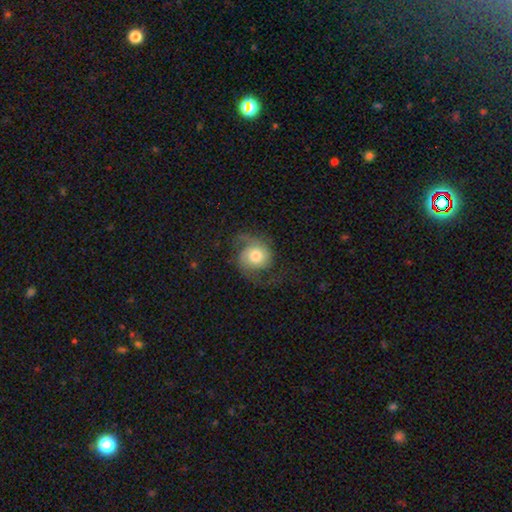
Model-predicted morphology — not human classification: Smooth or featured? Predicted: featured or disk (p=0.63). Edge-on disk? Predicted: no (p=0.97). Bar? Predicted: no (p=0.76). Spiral arms? Predicted: yes (p=0.92). Spiral winding? Predicted: loose (p=0.44). Spiral arm count? Predicted: 2 (p=0.76). Bulge size? Predicted: moderate (p=0.59). Merging? Predicted: none (p=0.56).